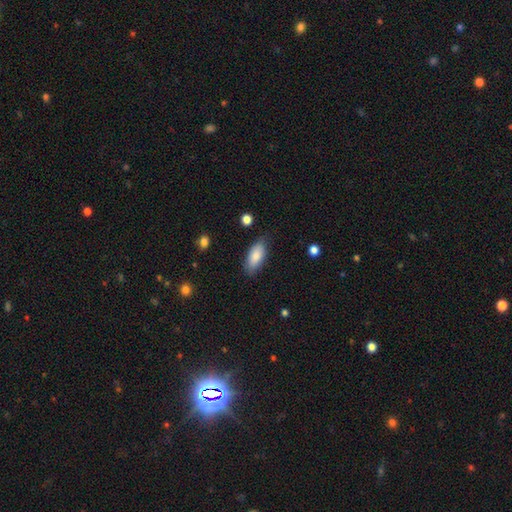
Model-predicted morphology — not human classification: A smooth galaxy with no disk features (84%) that is in between round and cigar-shaped (85%).

Vote fractions:
- Smooth or featured? smooth: 84% / featured or disk: 10% / star or artifact: 6%
- How rounded? in between: 85% / cigar-shaped: 13% / round: 2%
- Merging? none: 79% / minor disturbance: 16% / major disturbance: 3% / merger: 2%